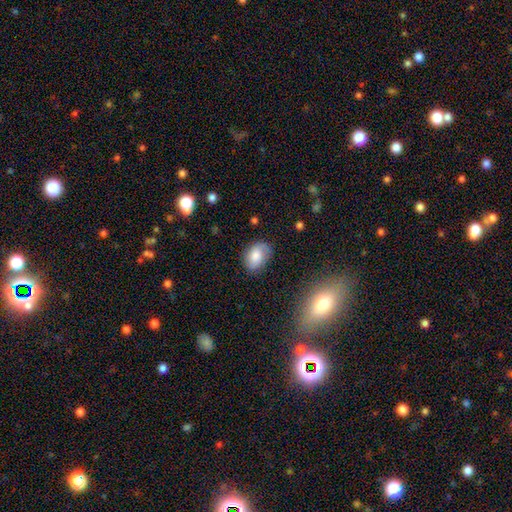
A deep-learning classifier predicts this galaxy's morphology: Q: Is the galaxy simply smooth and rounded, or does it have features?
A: smooth — 67%.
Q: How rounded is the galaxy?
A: in between — 82%.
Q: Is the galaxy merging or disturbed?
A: none — 72%.